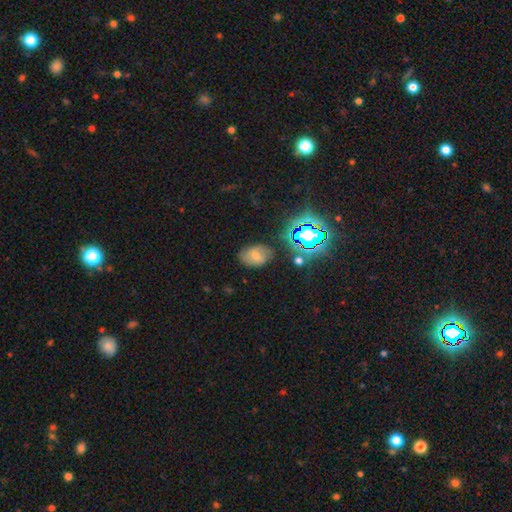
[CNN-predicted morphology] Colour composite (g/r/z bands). It shows a smooth galaxy with no disk features (59%) that is in between round and cigar-shaped (80%). Merging: none (73%).